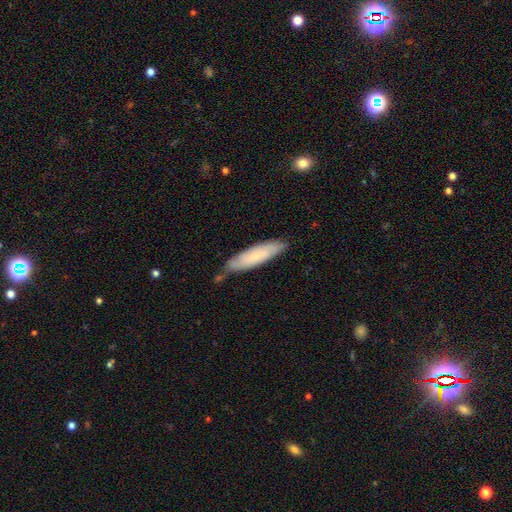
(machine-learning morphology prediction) Overall: smooth (63%; featured or disk 31%). How rounded: cigar-shaped (69%). Merging: none (73%).